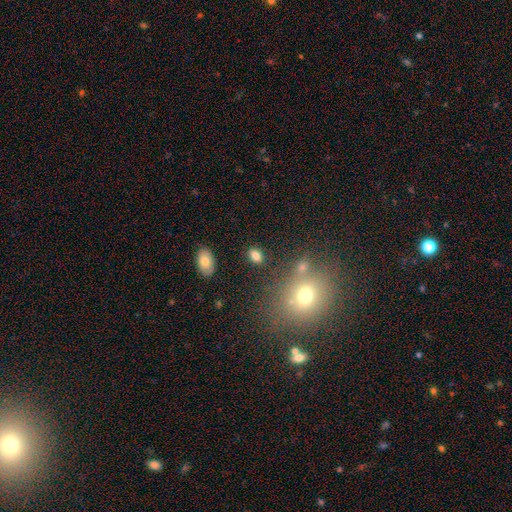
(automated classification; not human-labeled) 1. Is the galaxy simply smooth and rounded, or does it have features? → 81% smooth, 11% star or artifact, 8% featured or disk.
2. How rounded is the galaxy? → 81% in between, 18% round, 2% cigar-shaped.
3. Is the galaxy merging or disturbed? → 81% none, 11% minor disturbance, 5% merger, 4% major disturbance.